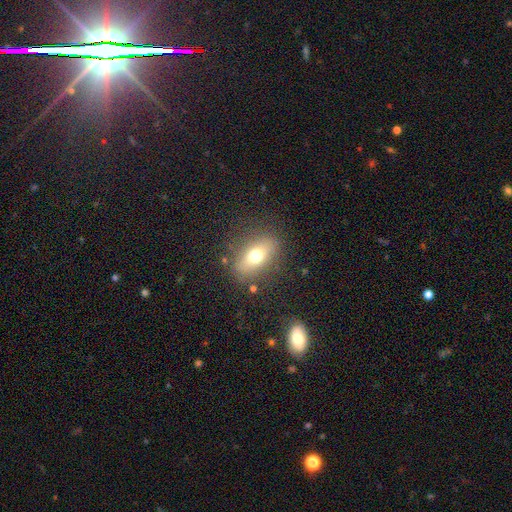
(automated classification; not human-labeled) Smooth or featured? Predicted: smooth (p=0.65). How rounded? Predicted: in between (p=0.75). Merging? Predicted: none (p=0.82).